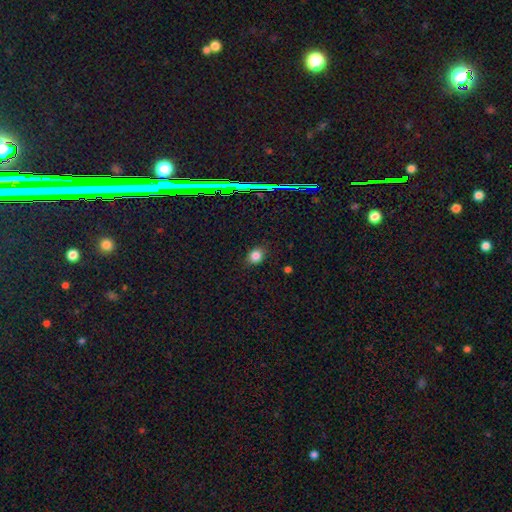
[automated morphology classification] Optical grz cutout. It shows a smooth galaxy with no disk features (80%) that is round (60%). Merging: none (86%).